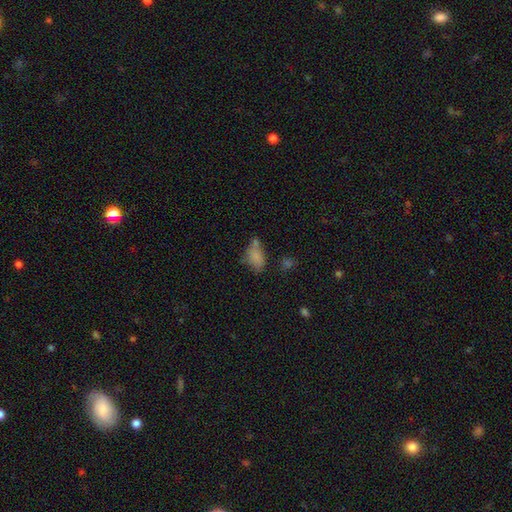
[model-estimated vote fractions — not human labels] This is likely a smooth galaxy (75%). How rounded: clearly in between (86%). Merging: marginally none (38%).